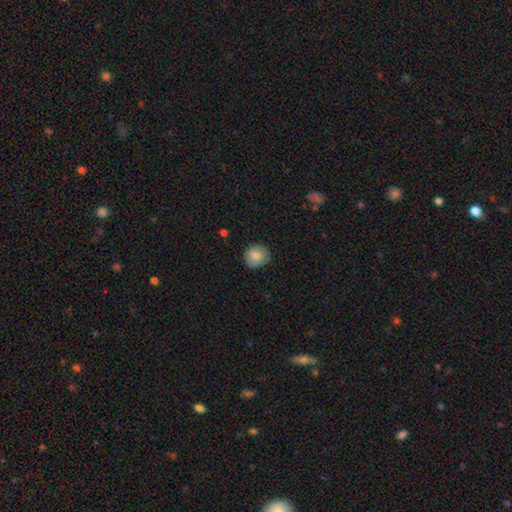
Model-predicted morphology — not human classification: Overall: smooth (82%). How rounded: round (87%). Merging: none (83%).